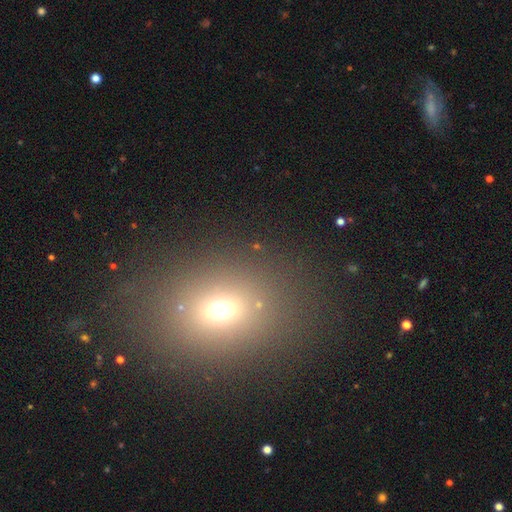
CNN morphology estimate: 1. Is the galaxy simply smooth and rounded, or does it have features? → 60% smooth, 27% star or artifact, 14% featured or disk.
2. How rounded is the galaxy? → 61% in between, 36% round, 2% cigar-shaped.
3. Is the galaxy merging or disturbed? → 86% none, 8% minor disturbance, 4% major disturbance, 2% merger.